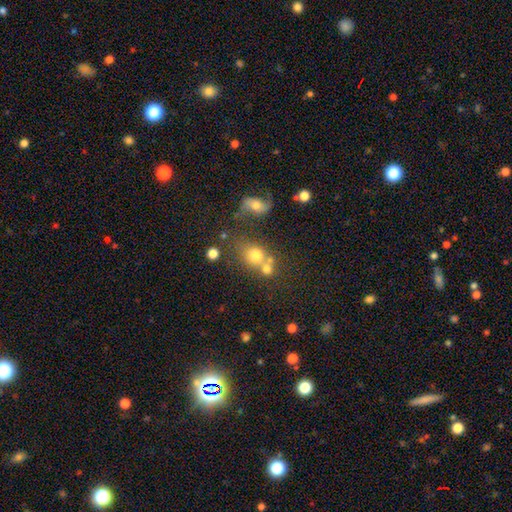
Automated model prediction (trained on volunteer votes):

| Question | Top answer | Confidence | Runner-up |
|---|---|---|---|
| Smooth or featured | smooth | 69% | featured or disk (16%) |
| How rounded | round | 65% | in between (33%) |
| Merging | none | 46% | merger (36%) |